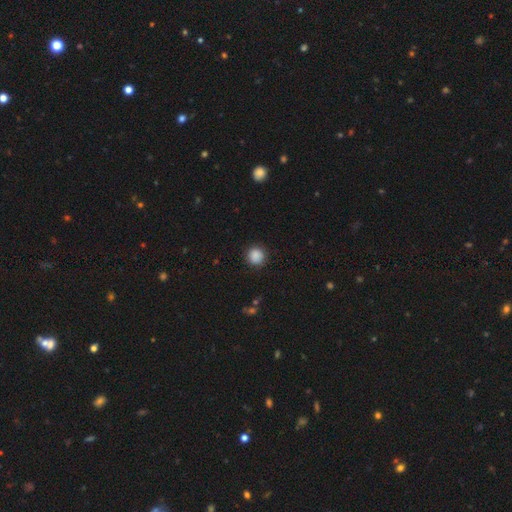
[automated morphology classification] The model was most divided on "smooth or featured": smooth: 88%, star or artifact: 10%, featured or disk: 3%. More confident: how rounded — round (94%); merging — none (90%).